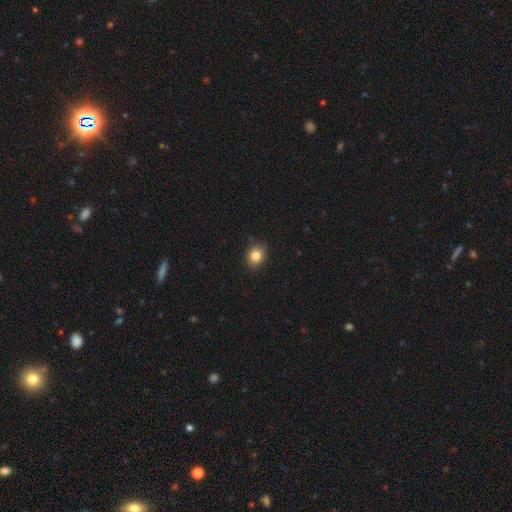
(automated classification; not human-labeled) Overall: smooth (85%). How rounded: round (62%; in between 37%). Merging: none (85%).